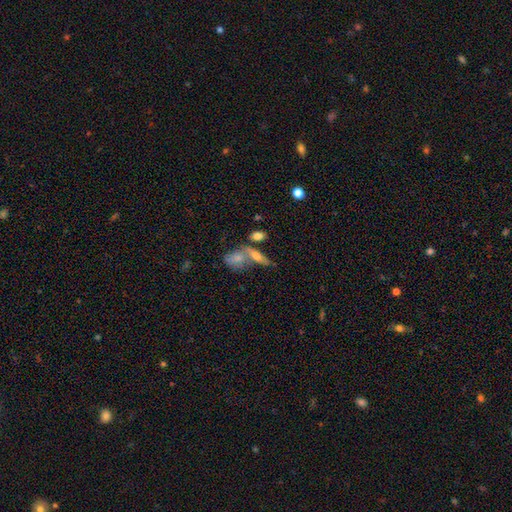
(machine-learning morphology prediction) Smooth or featured? Predicted: smooth (p=0.45). Merging? Predicted: none (p=0.45).